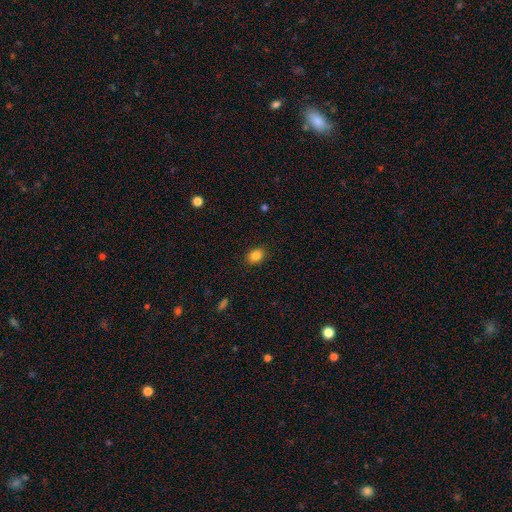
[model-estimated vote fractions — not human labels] A smooth galaxy with no disk features (85%) that is in between round and cigar-shaped (71%). Merging: none (88%).